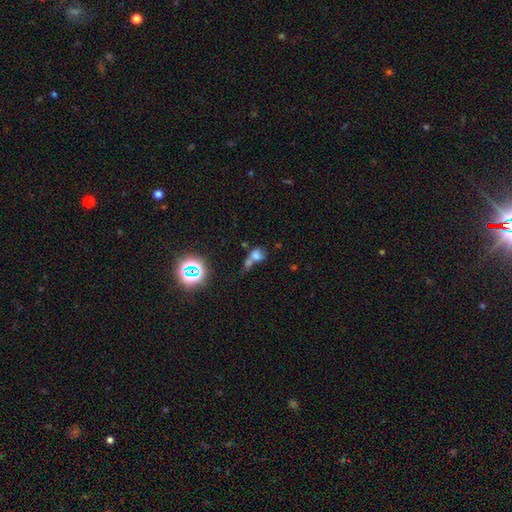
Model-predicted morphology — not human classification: Smooth or featured: smooth — 64% (star or artifact — 21%)
How rounded: round — 58% (in between — 39%)
Merging: merger — 56% (none — 25%)